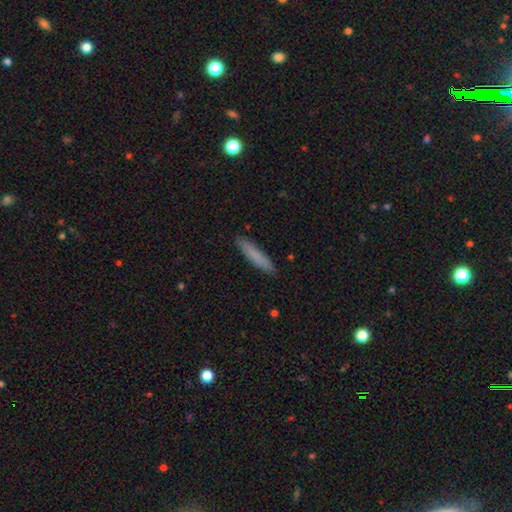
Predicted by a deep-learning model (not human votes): Morphology: type=smooth (80%); roundness=cigar-shaped (90%); merging=none (89%).